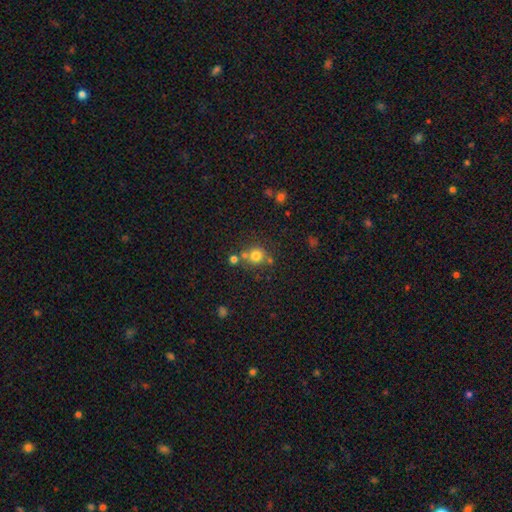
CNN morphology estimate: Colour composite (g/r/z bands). It shows a smooth galaxy with no disk features (76%) that is round (90%). Merging: none (67%).